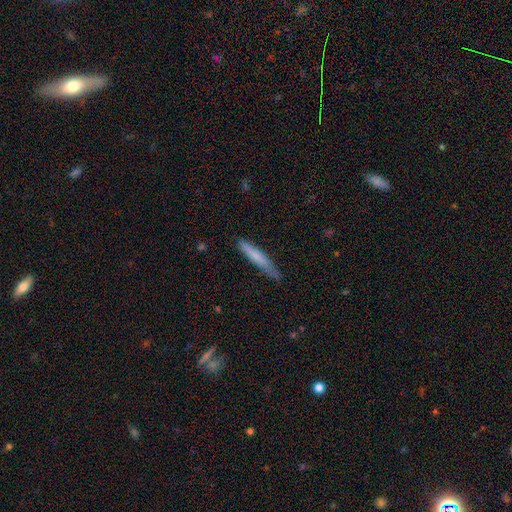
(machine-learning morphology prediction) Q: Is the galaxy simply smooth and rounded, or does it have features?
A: smooth — 69%.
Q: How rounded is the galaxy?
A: cigar-shaped — 94%.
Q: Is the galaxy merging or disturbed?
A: none — 72%.